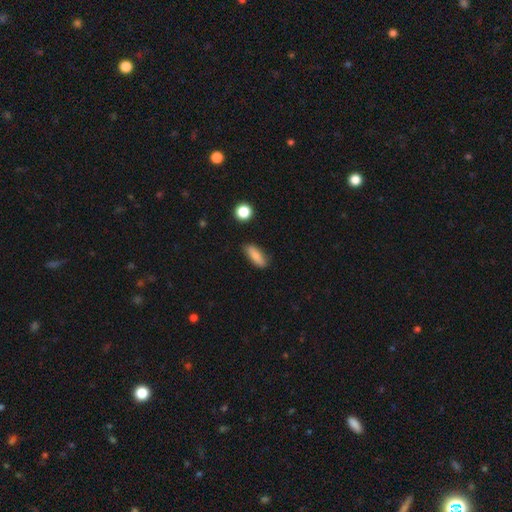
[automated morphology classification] type=smooth (83%); roundness=in between (63%); merging=none (83%).